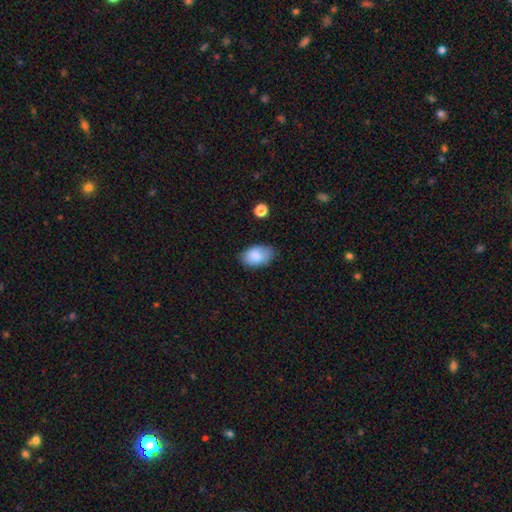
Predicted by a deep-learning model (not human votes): Overall: smooth (85%). How rounded: in between (92%). Merging: none (76%).